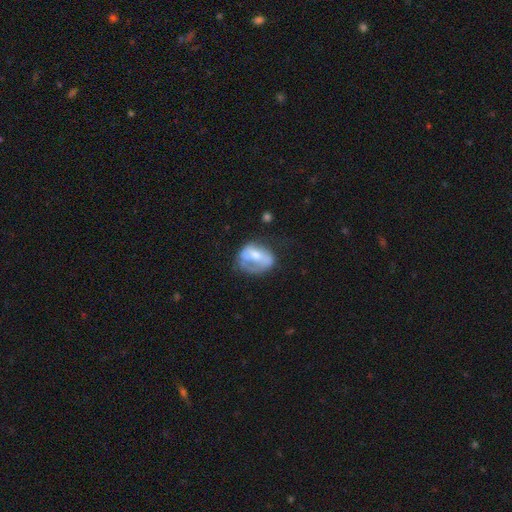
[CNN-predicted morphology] smooth_or_featured: smooth (p=0.48) [alt: featured or disk p=0.45]
merging: major disturbance (p=0.33) [tied with: none p=0.33]